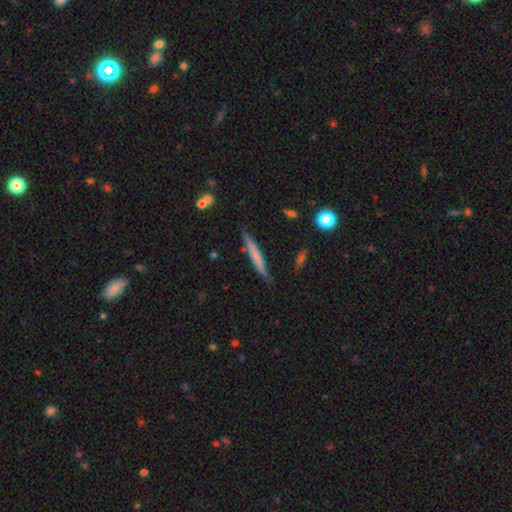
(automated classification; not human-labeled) This is likely a smooth galaxy (61%). How rounded: clearly cigar-shaped (95%). Merging: clearly none (84%).